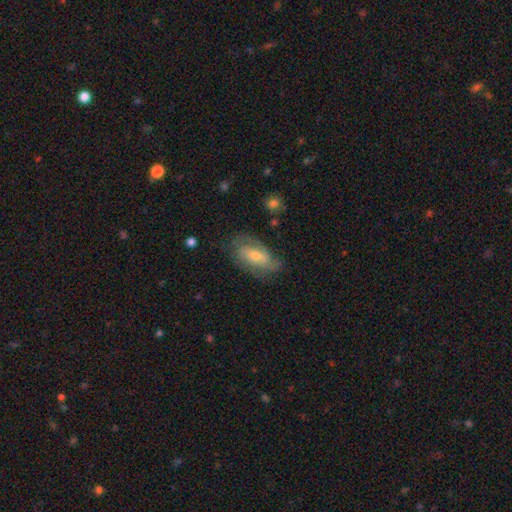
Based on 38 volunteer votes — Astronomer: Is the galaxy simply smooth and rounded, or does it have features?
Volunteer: featured or disk — 68%.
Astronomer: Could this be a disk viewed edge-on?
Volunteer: no — 85%.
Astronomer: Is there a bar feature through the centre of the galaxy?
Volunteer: weak — 50% (runner-up: no, 41%).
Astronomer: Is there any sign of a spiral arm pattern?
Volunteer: yes — 95%.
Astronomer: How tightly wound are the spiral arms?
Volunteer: medium — 62%.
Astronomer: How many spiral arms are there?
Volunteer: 2 — 52% (runner-up: can't tell, 29%).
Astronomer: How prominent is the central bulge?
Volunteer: moderate — 55% (runner-up: small, 41%).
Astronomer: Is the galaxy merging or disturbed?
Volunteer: none — 63%.